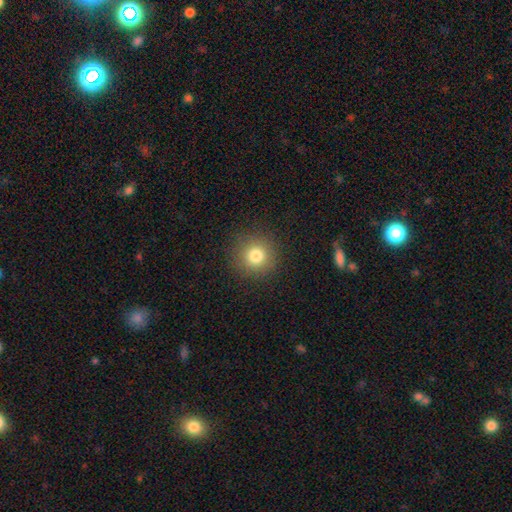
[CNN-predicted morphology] A smooth galaxy with no disk features (79%) that is round (94%).

Vote fractions:
- Smooth or featured? smooth: 79% / star or artifact: 13% / featured or disk: 8%
- How rounded? round: 94% / in between: 5% / cigar-shaped: 1%
- Merging? none: 90% / minor disturbance: 6% / major disturbance: 3% / merger: 1%